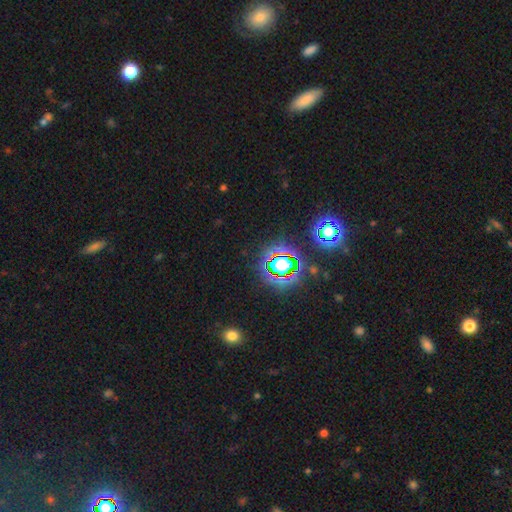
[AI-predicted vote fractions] This appears to be a star or artifact, not a galaxy (78%).